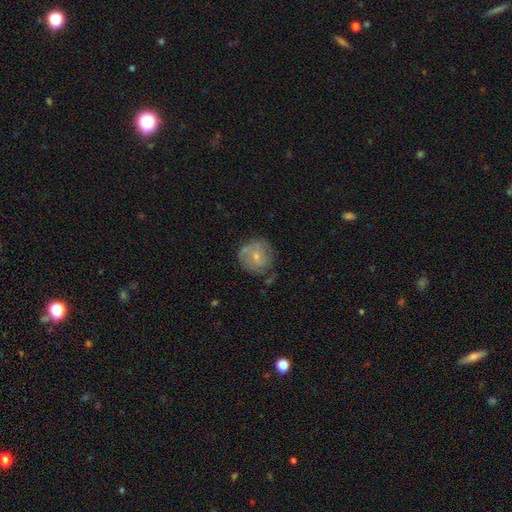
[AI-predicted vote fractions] A smooth galaxy with no disk features (48%).

Vote fractions:
- Smooth or featured? smooth: 48% / featured or disk: 44% / star or artifact: 8%
- Merging? none: 63% / minor disturbance: 24% / major disturbance: 9% / merger: 3%